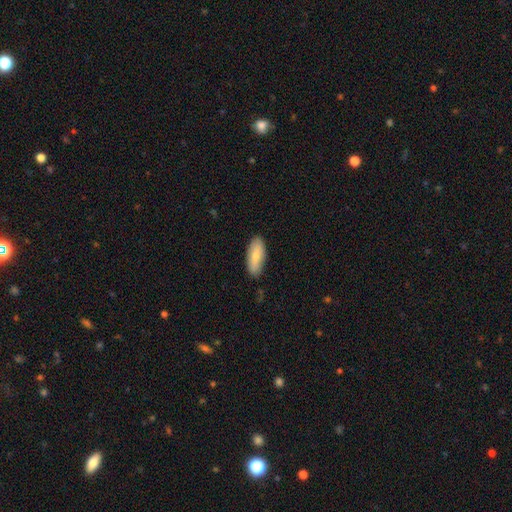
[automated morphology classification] type=smooth (79%); roundness=in between (74%); merging=none (86%).